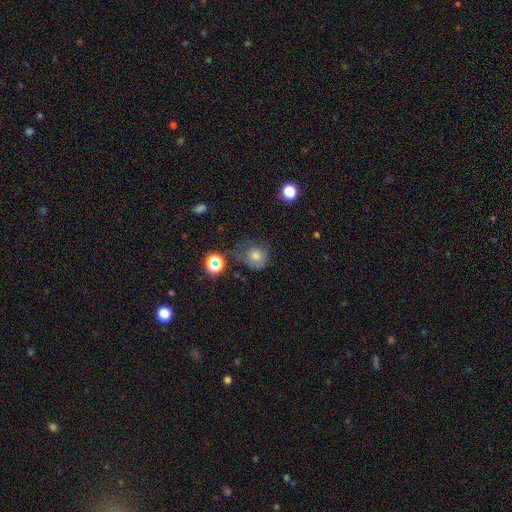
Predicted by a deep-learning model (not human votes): Smooth or featured? smooth (65%)
How rounded? round (85%)
Merging? none (59%)